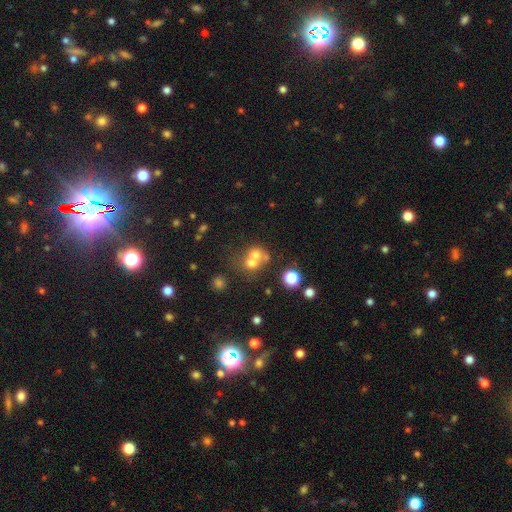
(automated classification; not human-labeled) Smooth or featured?
  - smooth: 62% *
  - featured or disk: 21%
  - star or artifact: 17%
How rounded?
  - round: 75% *
  - in between: 24%
  - cigar-shaped: 1%
Merging?
  - merger: 59% *
  - none: 31%
  - minor disturbance: 6%
  - major disturbance: 4%